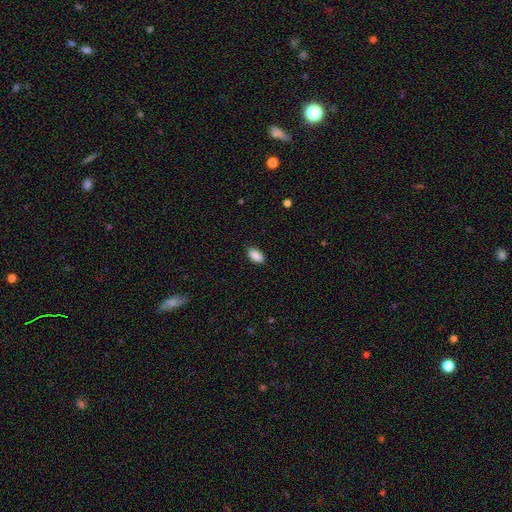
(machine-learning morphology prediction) Smooth or featured? Predicted: smooth (p=0.90). How rounded? Predicted: in between (p=0.93). Merging? Predicted: none (p=0.87).